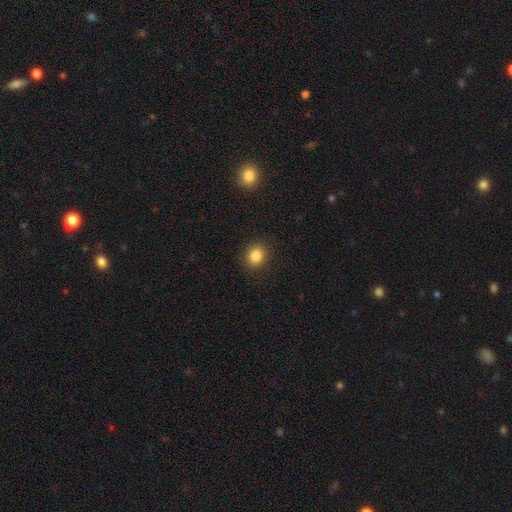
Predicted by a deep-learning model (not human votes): Q: Smooth or featured?
A: smooth (84%); runner-up: star or artifact (11%)
Q: How rounded?
A: round (75%); runner-up: in between (24%)
Q: Merging?
A: none (90%); runner-up: minor disturbance (7%)